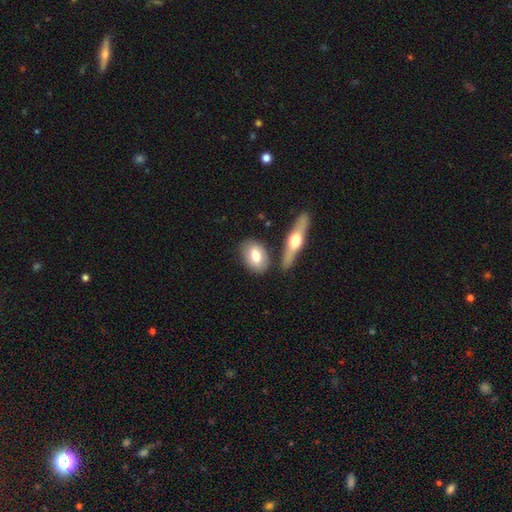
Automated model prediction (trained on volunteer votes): A smooth galaxy with no disk features (71%) that is in between round and cigar-shaped (82%). Merging: none (74%).